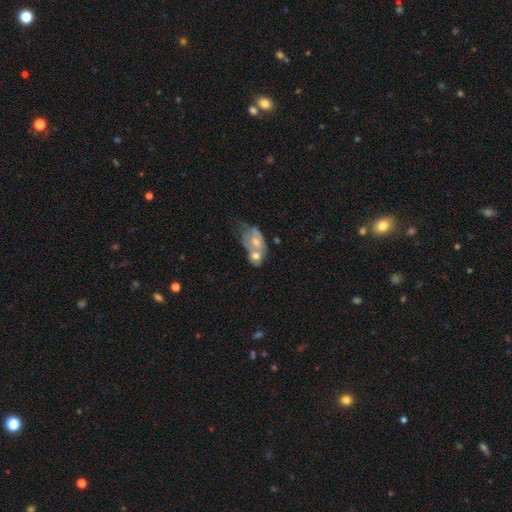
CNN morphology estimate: Q: Smooth or featured?
A: featured or disk (50%); runner-up: smooth (42%)
Q: Merging?
A: merger (65%); runner-up: none (13%)